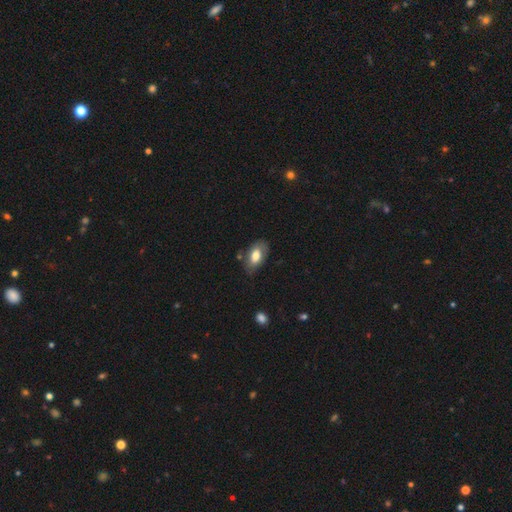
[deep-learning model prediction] This appears to be a smooth galaxy with no disk features (71%) that is in between round and cigar-shaped (92%). Merging: none (67%).